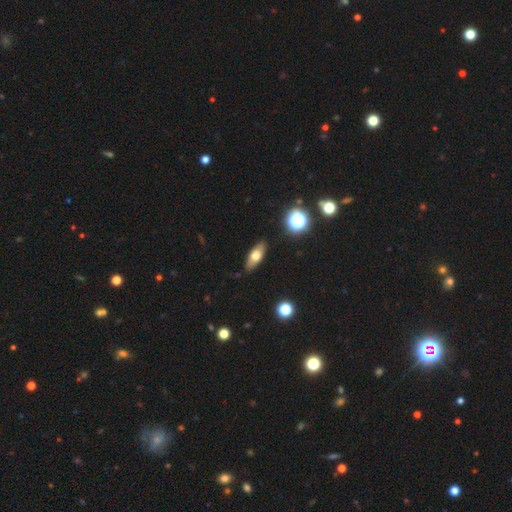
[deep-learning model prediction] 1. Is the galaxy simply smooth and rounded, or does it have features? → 65% smooth, 27% featured or disk, 9% star or artifact.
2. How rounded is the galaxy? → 72% in between, 23% cigar-shaped, 5% round.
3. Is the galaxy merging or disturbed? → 87% none, 10% minor disturbance, 2% major disturbance, 1% merger.